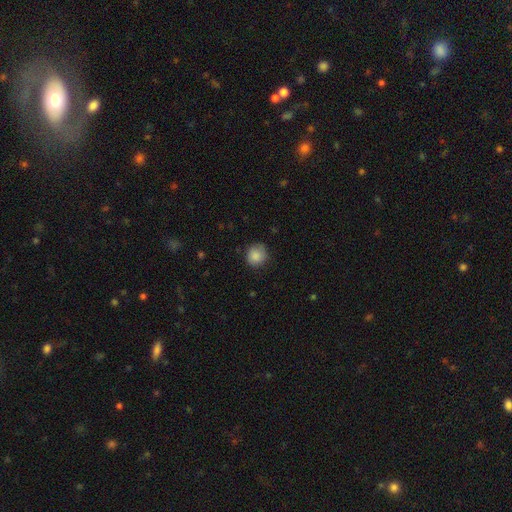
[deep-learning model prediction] smooth 87%, star or artifact 8%, featured or disk 5%. Down the decision tree: how rounded — round (88%); merging — none (79%).